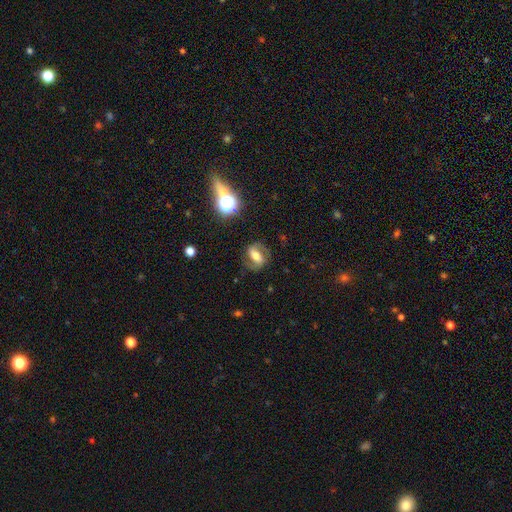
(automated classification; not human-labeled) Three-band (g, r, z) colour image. It shows a featured or disk galaxy (64%) with a strong bar (49%), 2 (88%) medium (48%) spiral arms (86%) and a moderate central bulge (56%). Merging: none (77%).